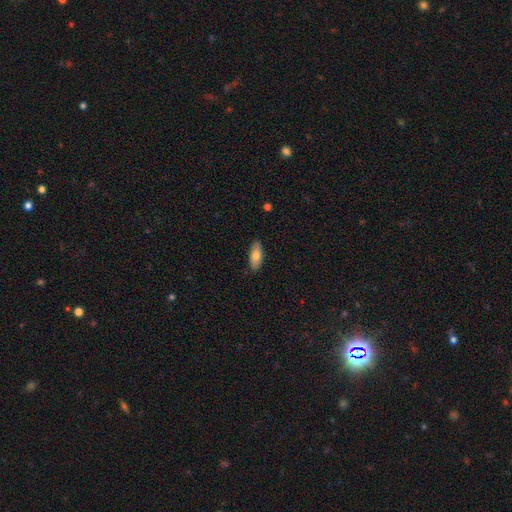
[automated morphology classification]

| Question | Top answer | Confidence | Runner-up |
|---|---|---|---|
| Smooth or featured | smooth | 79% | featured or disk (15%) |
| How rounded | in between | 74% | cigar-shaped (24%) |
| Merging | none | 87% | minor disturbance (10%) |